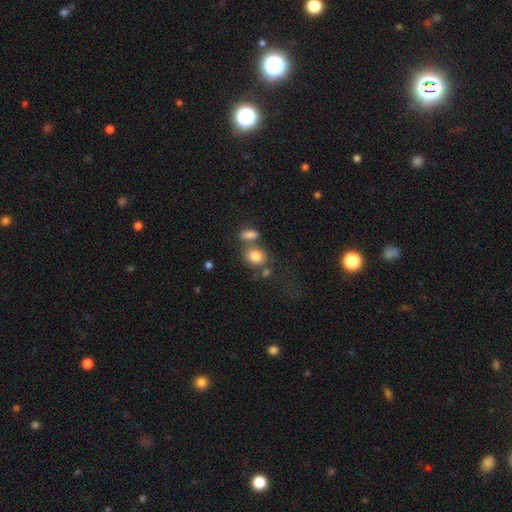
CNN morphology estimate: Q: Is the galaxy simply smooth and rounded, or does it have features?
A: smooth — 81%.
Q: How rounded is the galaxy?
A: round — 52%.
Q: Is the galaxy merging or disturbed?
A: none — 48%.